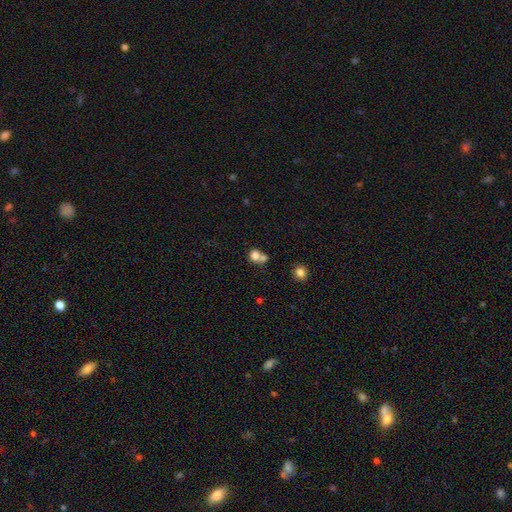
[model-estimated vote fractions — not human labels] Smooth or featured? Predicted: smooth (p=0.77). How rounded? Predicted: round (p=0.74). Merging? Predicted: merger (p=0.55).